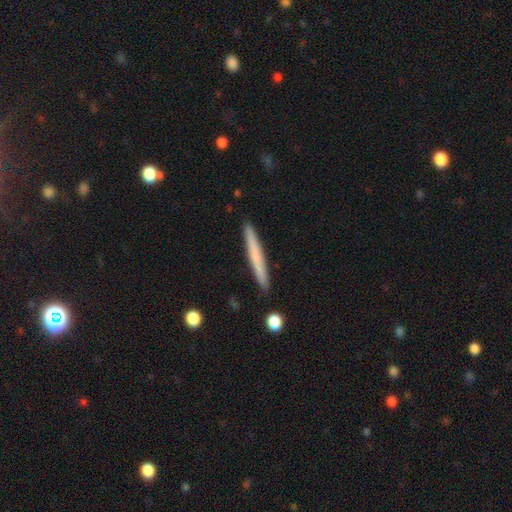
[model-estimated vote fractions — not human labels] Morphology: type=smooth (64%); roundness=cigar-shaped (97%); merging=none (92%).